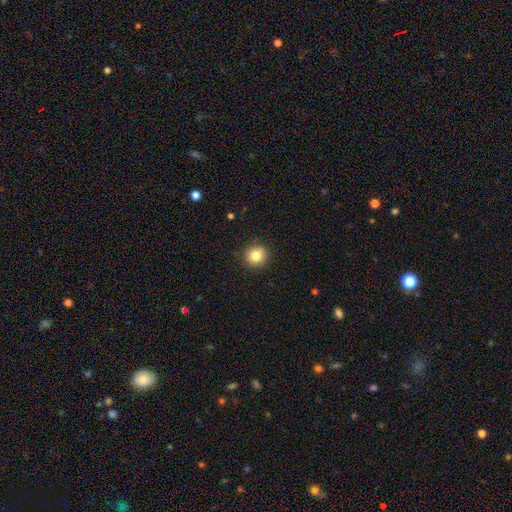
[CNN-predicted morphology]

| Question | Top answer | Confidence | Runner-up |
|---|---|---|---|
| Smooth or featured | smooth | 82% | star or artifact (10%) |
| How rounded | round | 93% | in between (6%) |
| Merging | none | 90% | minor disturbance (7%) |